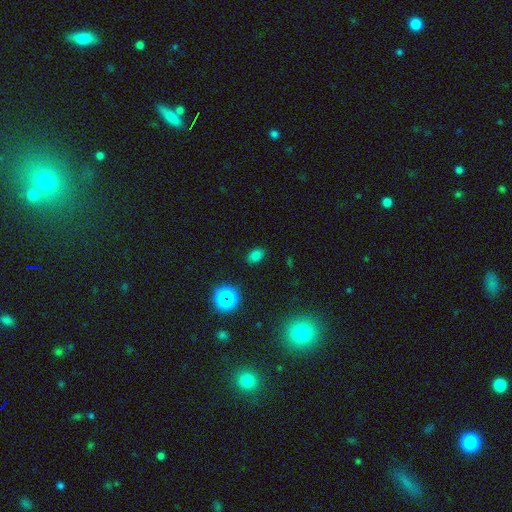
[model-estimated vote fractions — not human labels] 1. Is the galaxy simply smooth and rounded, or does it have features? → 74% smooth, 20% star or artifact, 5% featured or disk.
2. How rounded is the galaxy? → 73% in between, 25% round, 1% cigar-shaped.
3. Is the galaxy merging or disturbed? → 86% none, 10% minor disturbance, 3% major disturbance, 1% merger.